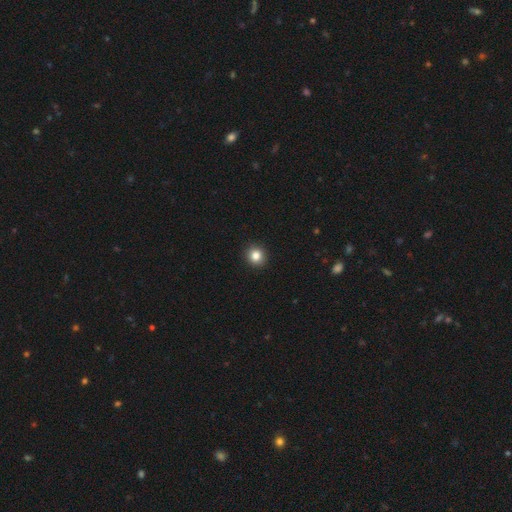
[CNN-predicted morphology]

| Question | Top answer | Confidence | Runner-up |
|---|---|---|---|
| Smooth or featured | smooth | 84% | star or artifact (11%) |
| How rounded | round | 88% | in between (11%) |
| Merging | none | 93% | minor disturbance (5%) |